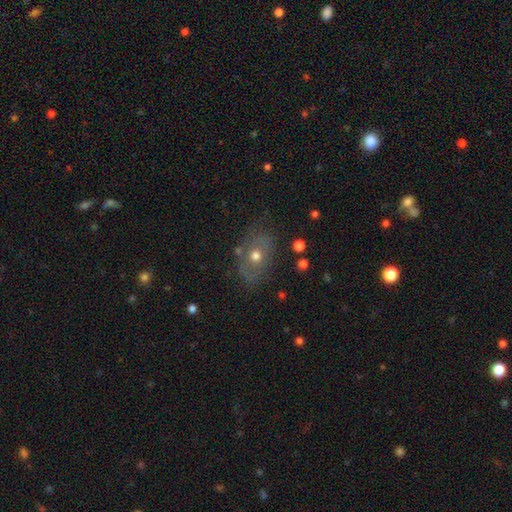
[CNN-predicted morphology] Overall: smooth (51%; featured or disk 37%). How rounded: in between (67%; round 31%). Merging: none (71%).